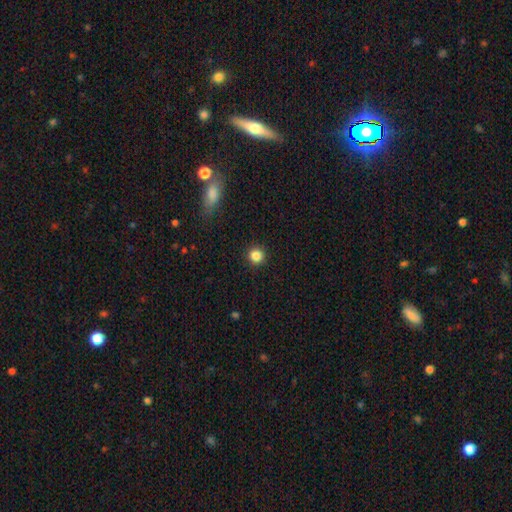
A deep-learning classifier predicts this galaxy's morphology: Smooth or featured? Predicted: smooth (p=0.85). How rounded? Predicted: round (p=0.90). Merging? Predicted: none (p=0.91).